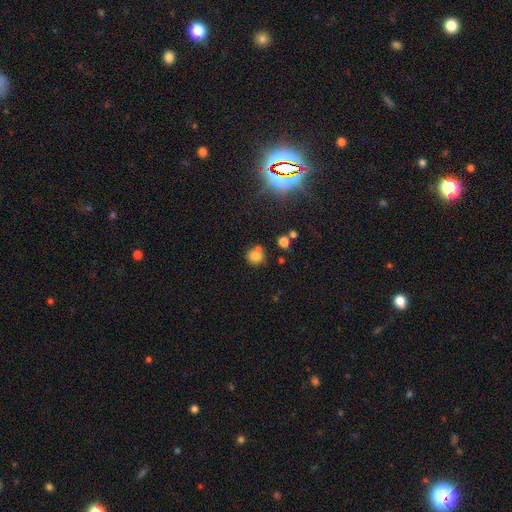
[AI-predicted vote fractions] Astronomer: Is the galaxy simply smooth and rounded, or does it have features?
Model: smooth — 76%.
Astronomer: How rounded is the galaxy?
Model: round — 81%.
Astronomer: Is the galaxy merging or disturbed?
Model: none — 60%.